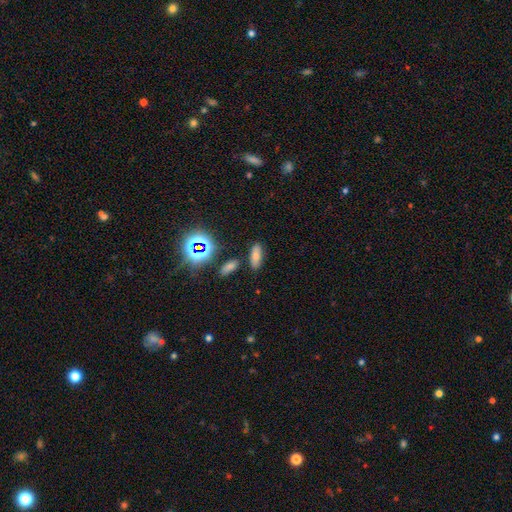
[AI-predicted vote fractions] The model was most divided on "how rounded": in between: 67%, cigar-shaped: 28%, round: 5%. More confident: merging — none (82%); smooth or featured — smooth (70%).